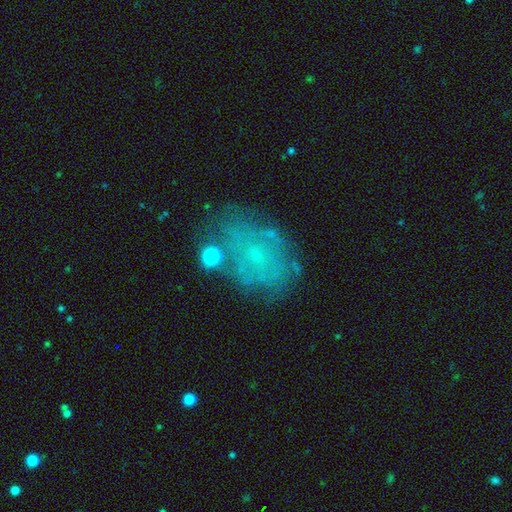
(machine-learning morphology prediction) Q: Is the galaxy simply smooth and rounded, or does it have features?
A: featured or disk — 52%.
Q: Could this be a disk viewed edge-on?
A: no — 97%.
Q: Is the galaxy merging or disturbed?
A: none — 63%.